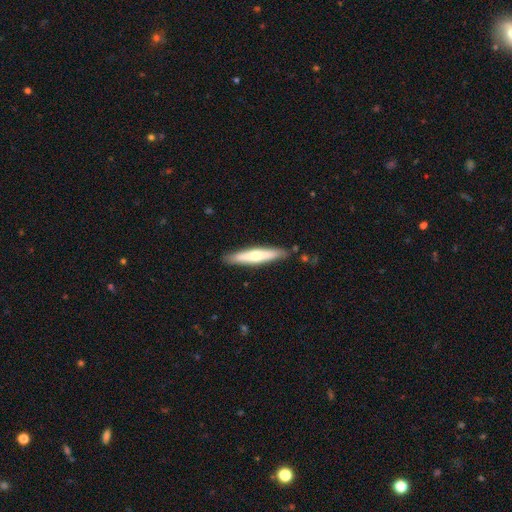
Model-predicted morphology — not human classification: This is possibly a smooth galaxy (55%). How rounded: clearly cigar-shaped (88%). Merging: clearly none (87%).